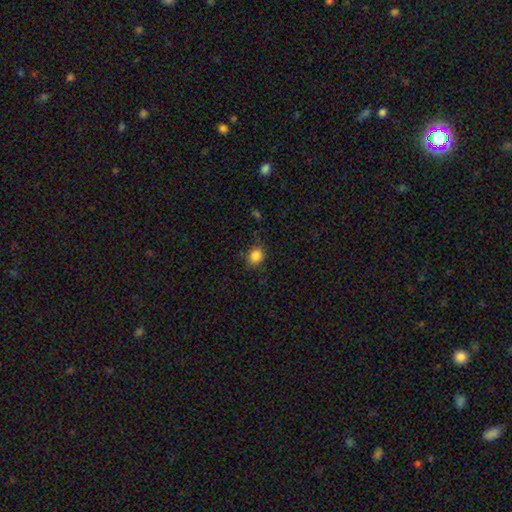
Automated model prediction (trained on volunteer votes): Q: Smooth or featured?
A: smooth (85%); runner-up: star or artifact (10%)
Q: How rounded?
A: round (69%); runner-up: in between (30%)
Q: Merging?
A: none (78%); runner-up: minor disturbance (16%)